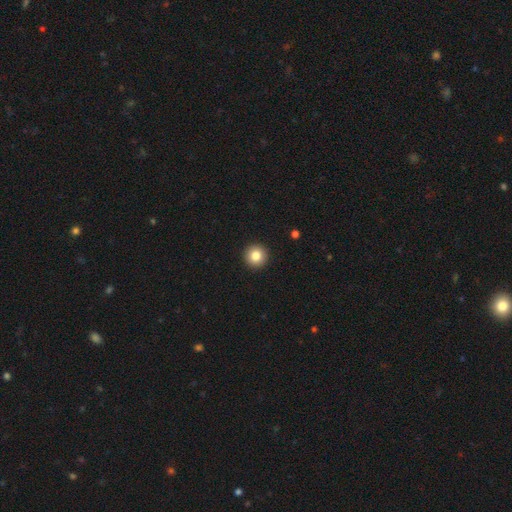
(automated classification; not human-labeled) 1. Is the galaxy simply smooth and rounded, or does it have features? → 82% smooth, 10% star or artifact, 8% featured or disk.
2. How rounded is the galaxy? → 96% round, 3% in between, 1% cigar-shaped.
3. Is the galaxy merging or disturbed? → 94% none, 4% minor disturbance, 1% major disturbance, 1% merger.